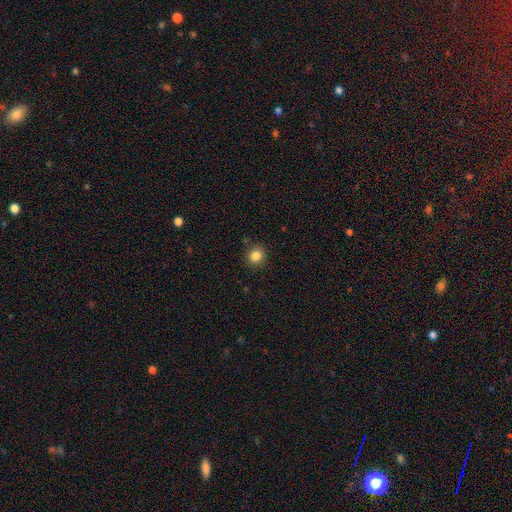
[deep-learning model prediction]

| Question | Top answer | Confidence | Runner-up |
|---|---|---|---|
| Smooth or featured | smooth | 84% | star or artifact (11%) |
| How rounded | round | 88% | in between (11%) |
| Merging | none | 87% | minor disturbance (9%) |